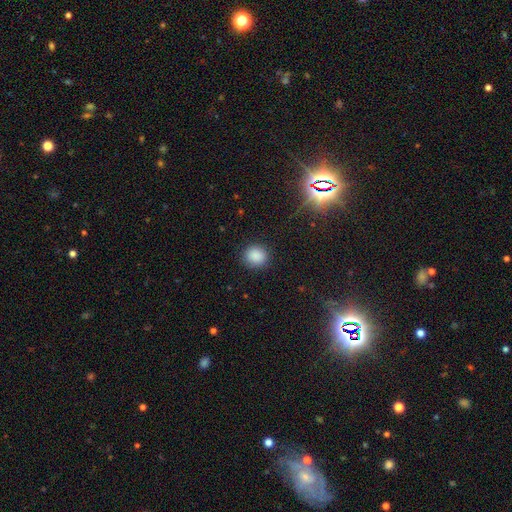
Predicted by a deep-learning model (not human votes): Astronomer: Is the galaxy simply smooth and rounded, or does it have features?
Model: smooth — 87%.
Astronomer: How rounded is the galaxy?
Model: round — 85%.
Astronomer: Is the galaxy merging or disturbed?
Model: none — 89%.